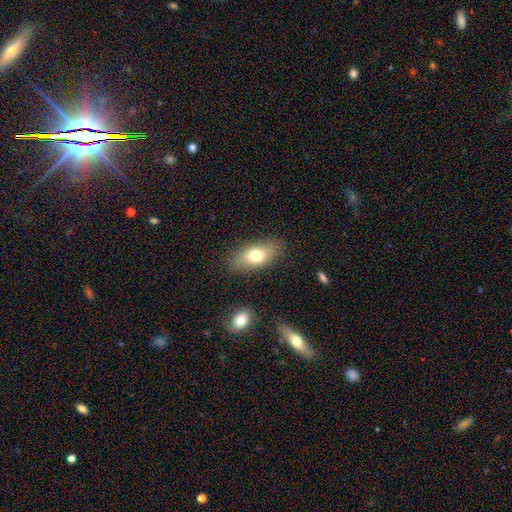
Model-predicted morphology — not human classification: A smooth galaxy with no disk features (72%) that is in between round and cigar-shaped (86%).

Vote fractions:
- Smooth or featured? smooth: 72% / featured or disk: 20% / star or artifact: 8%
- How rounded? in between: 86% / cigar-shaped: 8% / round: 6%
- Merging? none: 83% / minor disturbance: 11% / major disturbance: 3% / merger: 2%